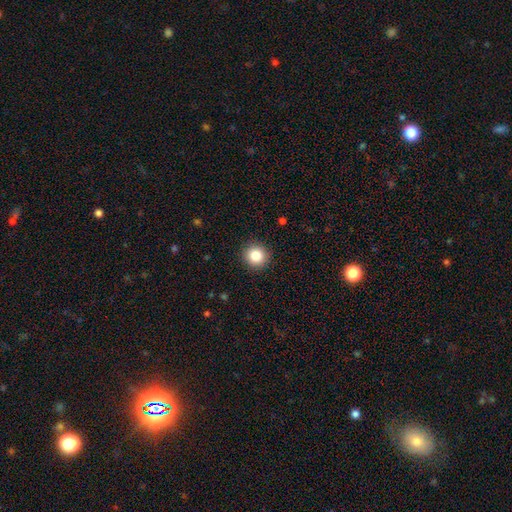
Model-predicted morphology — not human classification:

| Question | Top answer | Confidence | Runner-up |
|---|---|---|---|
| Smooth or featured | smooth | 84% | star or artifact (10%) |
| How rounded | round | 94% | in between (5%) |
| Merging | none | 92% | minor disturbance (5%) |